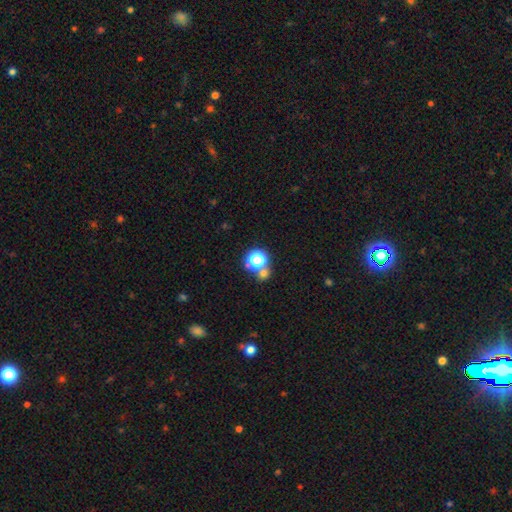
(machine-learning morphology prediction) Q: Smooth or featured?
A: star or artifact (49%); runner-up: smooth (44%)